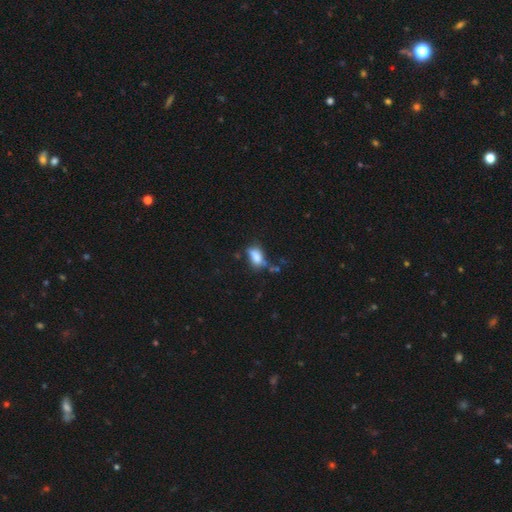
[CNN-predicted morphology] This is likely a smooth galaxy (75%). How rounded: clearly in between (86%). Merging: marginally none (38%).